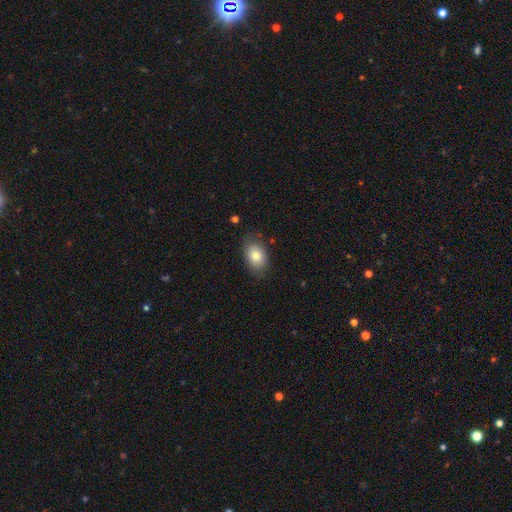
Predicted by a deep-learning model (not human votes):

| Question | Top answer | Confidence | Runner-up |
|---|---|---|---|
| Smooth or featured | smooth | 80% | featured or disk (12%) |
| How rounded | in between | 82% | round (17%) |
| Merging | none | 81% | minor disturbance (14%) |